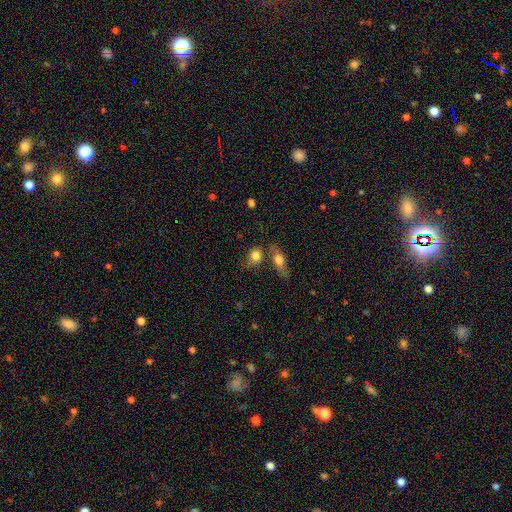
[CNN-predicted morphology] The model was most divided on "how rounded": round: 50%, in between: 46%, cigar-shaped: 5%. More confident: smooth or featured — smooth (77%); merging — none (51%).